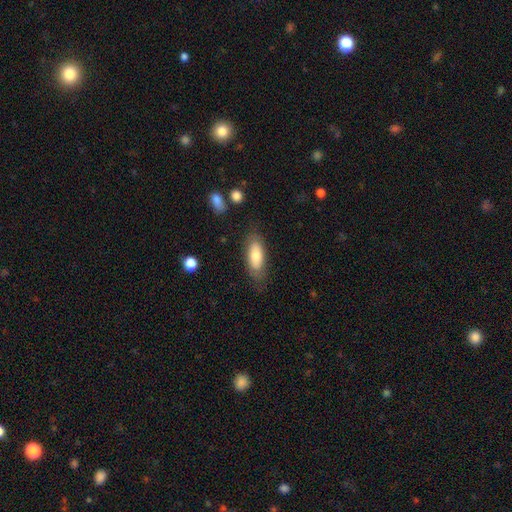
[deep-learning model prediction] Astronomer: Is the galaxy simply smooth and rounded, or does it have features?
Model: smooth — 72%.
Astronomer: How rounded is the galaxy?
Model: in between — 73%.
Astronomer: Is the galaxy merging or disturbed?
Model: none — 76%.